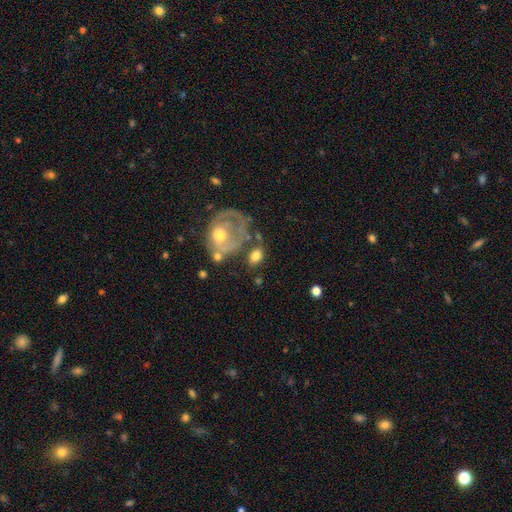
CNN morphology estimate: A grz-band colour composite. It shows a smooth galaxy with no disk features (68%) that is in between round and cigar-shaped (72%). Merging: none (49%).